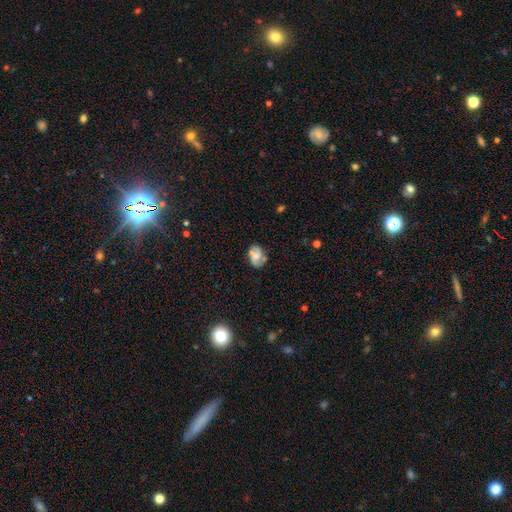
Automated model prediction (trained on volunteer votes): This is possibly a featured or disk galaxy (53%). It is clearly not viewed edge-on (97%). Bar: possibly no (57%). Spiral arm pattern: likely yes (78%). Central bulge: marginally moderate (39%). Merging: likely none (63%).